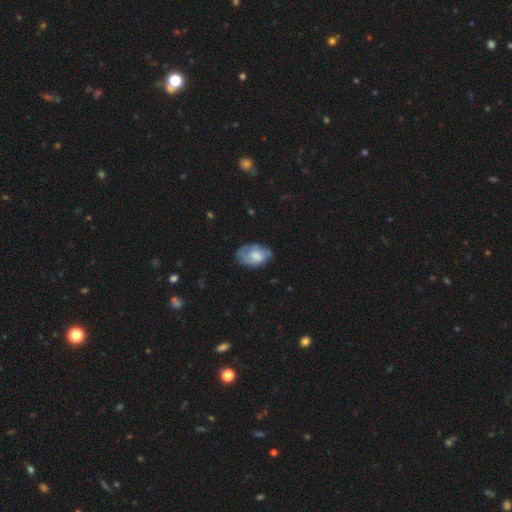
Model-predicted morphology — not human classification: Smooth or featured: smooth — 50% (featured or disk — 44%)
Merging: none — 60% (minor disturbance — 28%)